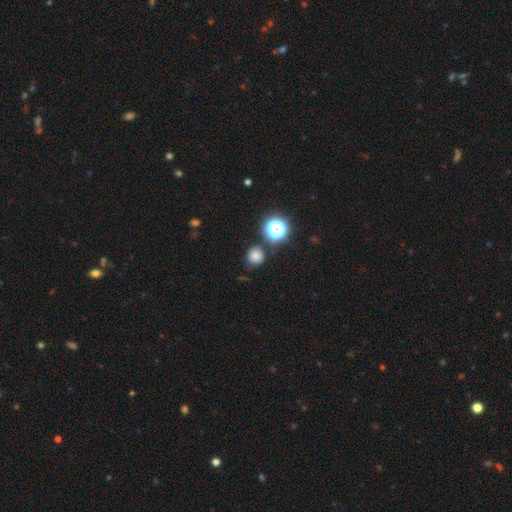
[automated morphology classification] The model was most divided on "smooth or featured": smooth: 73%, star or artifact: 19%, featured or disk: 8%. More confident: how rounded — round (92%); merging — none (82%).